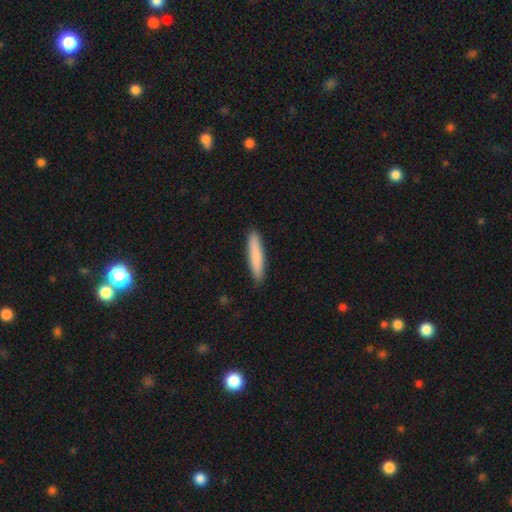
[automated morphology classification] This appears to be a smooth galaxy with no disk features (82%) that is cigar-shaped (90%). Merging: none (91%).